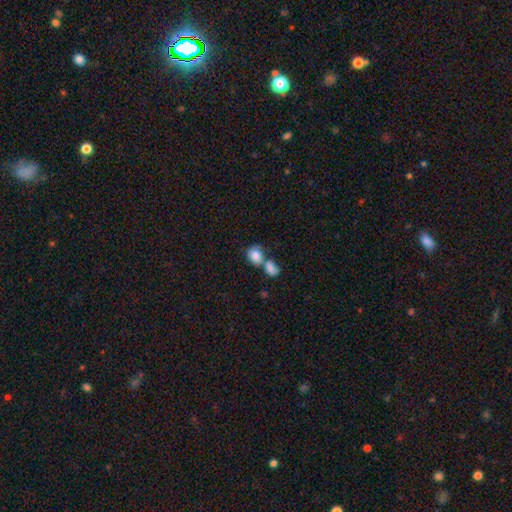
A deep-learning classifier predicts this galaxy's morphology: smooth 81%, featured or disk 11%, star or artifact 8%. Down the decision tree: how rounded — round (53%); merging — merger (62%).